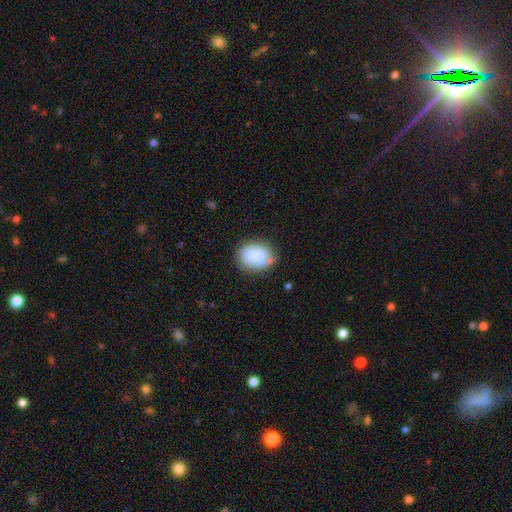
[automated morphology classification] Smooth or featured? Predicted: smooth (p=0.84). How rounded? Predicted: in between (p=0.72). Merging? Predicted: none (p=0.69).